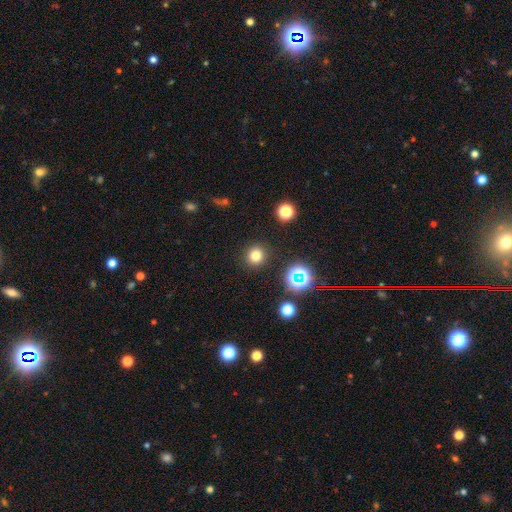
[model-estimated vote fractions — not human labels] Morphology: type=smooth (75%); roundness=round (92%); merging=none (90%).